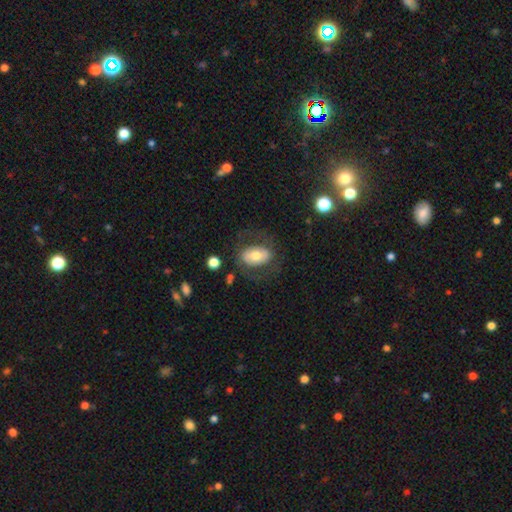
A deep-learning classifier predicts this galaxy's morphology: type=smooth (56%); roundness=in between (86%); merging=none (67%).